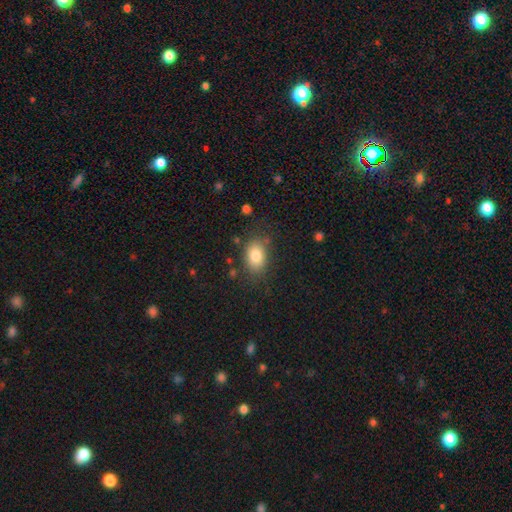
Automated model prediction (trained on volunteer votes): smooth 82%, featured or disk 9%, star or artifact 9%. Down the decision tree: how rounded — in between (81%); merging — none (78%).